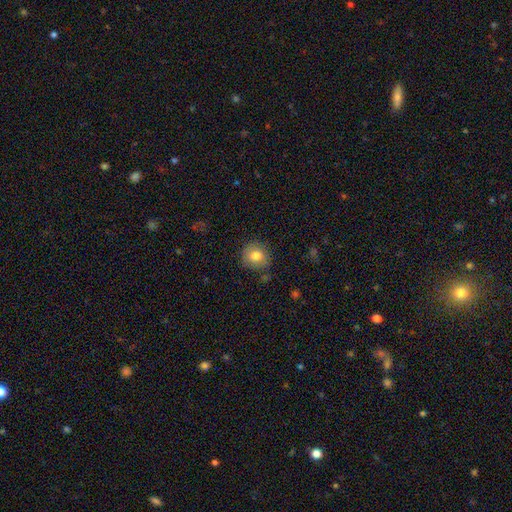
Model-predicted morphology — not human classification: Smooth or featured: smooth — 80% (featured or disk — 11%)
How rounded: round — 87% (in between — 12%)
Merging: none — 80% (minor disturbance — 15%)